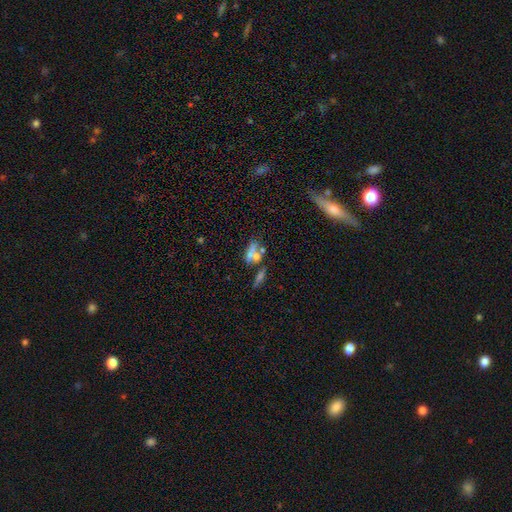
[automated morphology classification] Smooth or featured? smooth (52%)
How rounded? in between (61%)
Merging? merger (39%)